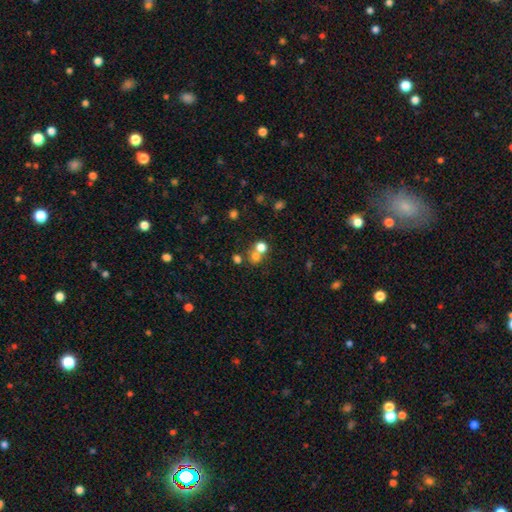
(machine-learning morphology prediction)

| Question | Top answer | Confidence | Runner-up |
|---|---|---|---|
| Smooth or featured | smooth | 69% | star or artifact (20%) |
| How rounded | round | 84% | in between (15%) |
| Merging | none | 48% | merger (42%) |